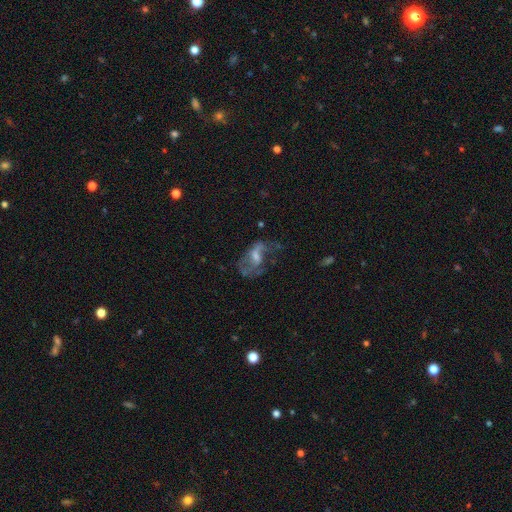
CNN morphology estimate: Smooth or featured? Predicted: featured or disk (p=0.64). Edge-on disk? Predicted: no (p=0.95). Bar? Predicted: no (p=0.48). Spiral arms? Predicted: yes (p=0.54). Bulge size? Predicted: moderate (p=0.40). Merging? Predicted: major disturbance (p=0.41).